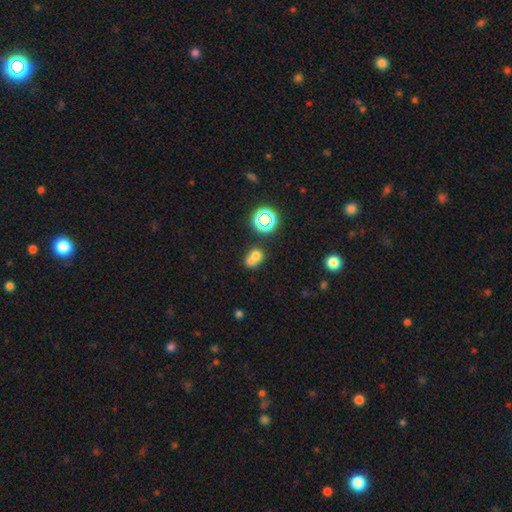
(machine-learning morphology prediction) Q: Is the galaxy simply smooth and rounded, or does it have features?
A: smooth — 64%.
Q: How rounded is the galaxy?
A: round — 65%.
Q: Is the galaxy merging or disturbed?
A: merger — 59%.